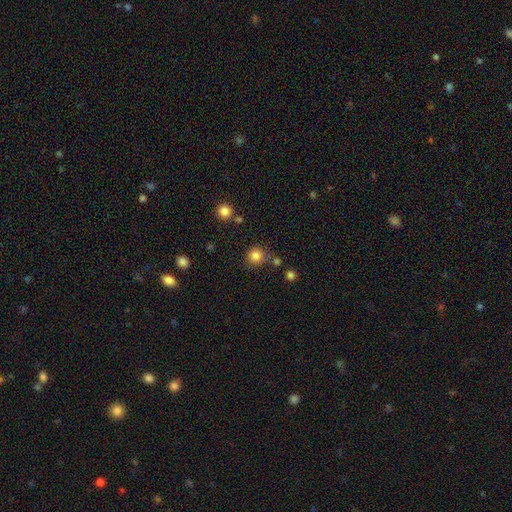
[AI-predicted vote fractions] smooth-or-featured: smooth: 82% | star or artifact: 13% | featured or disk: 5%
  how-rounded: round: 92% | in between: 7% | cigar-shaped: 1%
  merging: none: 77% | minor disturbance: 12% | merger: 8% | major disturbance: 4%